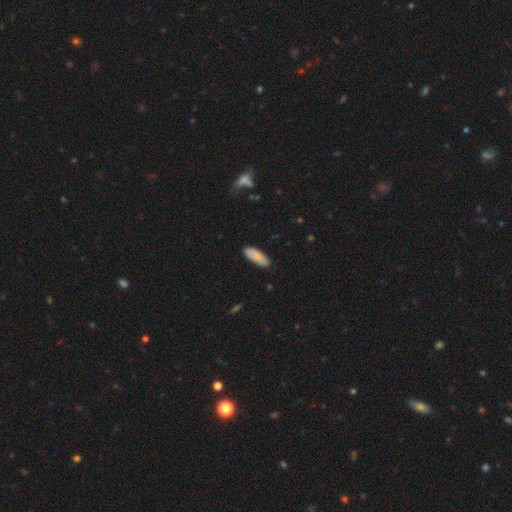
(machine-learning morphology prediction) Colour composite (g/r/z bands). It shows a smooth galaxy with no disk features (88%) that is in between round and cigar-shaped (65%). Merging: none (84%).